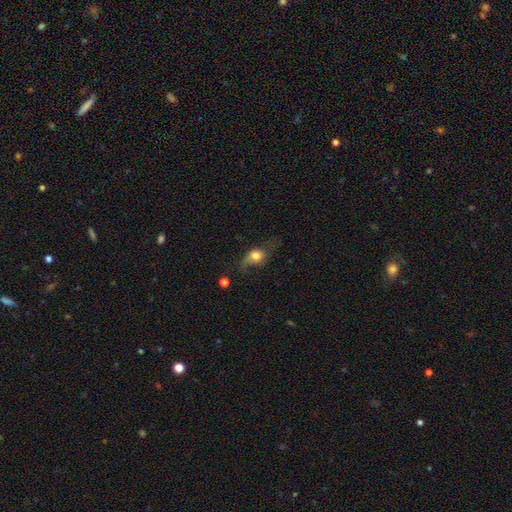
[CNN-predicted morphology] A smooth galaxy with no disk features (60%) that is in between round and cigar-shaped (58%).

Vote fractions:
- Smooth or featured? smooth: 60% / featured or disk: 31% / star or artifact: 9%
- How rounded? in between: 58% / round: 35% / cigar-shaped: 6%
- Merging? none: 40% / minor disturbance: 29% / major disturbance: 28% / merger: 4%